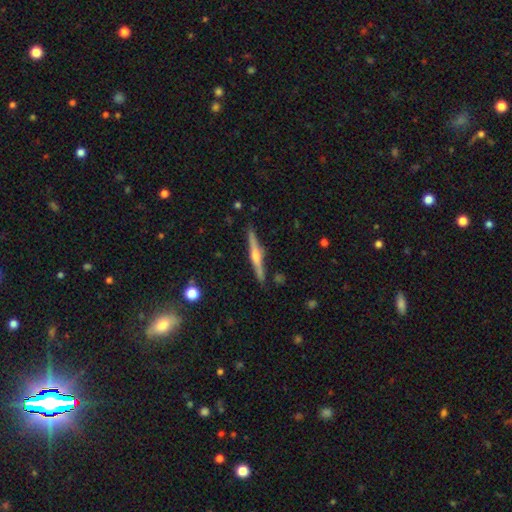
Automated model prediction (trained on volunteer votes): A featured or disk galaxy (80%) viewed edge-on (98%) with a rounded central bulge (89%). Merging: none (90%).